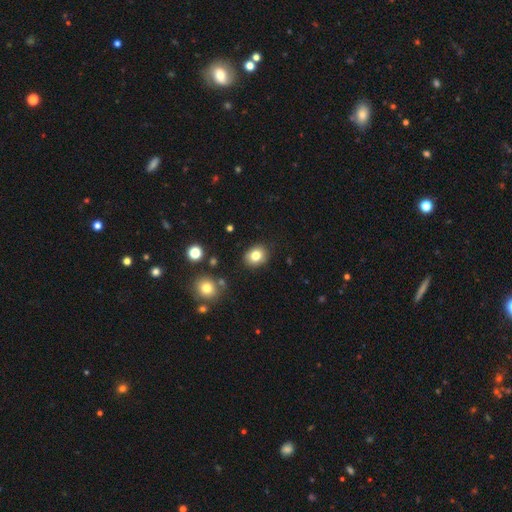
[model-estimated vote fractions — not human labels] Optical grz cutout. It shows a smooth galaxy with no disk features (80%) that is round (60%). Merging: none (87%).